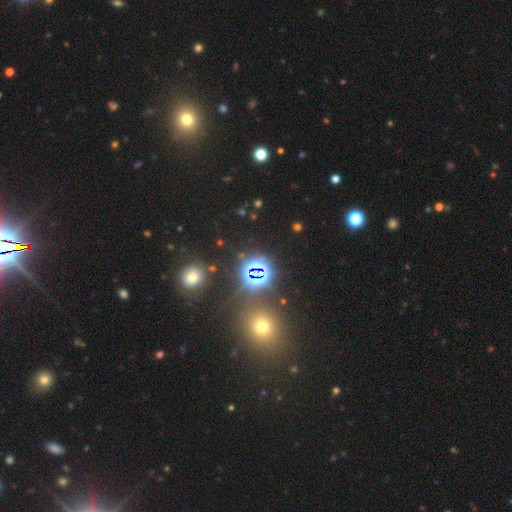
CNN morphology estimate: Overall: star or artifact (63%; smooth 26%).